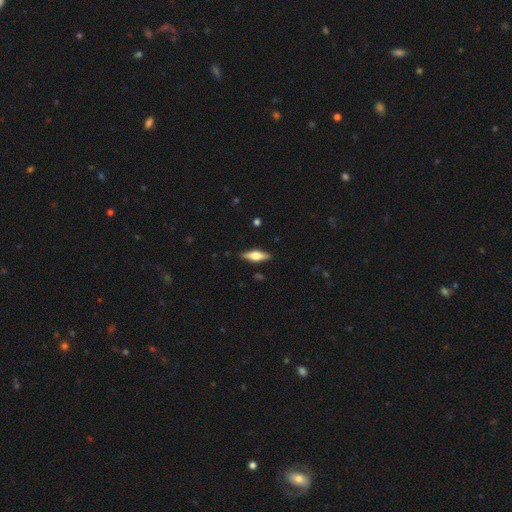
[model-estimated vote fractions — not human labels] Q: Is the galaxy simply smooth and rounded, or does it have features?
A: featured or disk — 54%.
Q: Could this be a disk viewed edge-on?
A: yes — 94%.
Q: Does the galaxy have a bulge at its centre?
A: rounded — 92%.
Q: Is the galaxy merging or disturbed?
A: none — 89%.